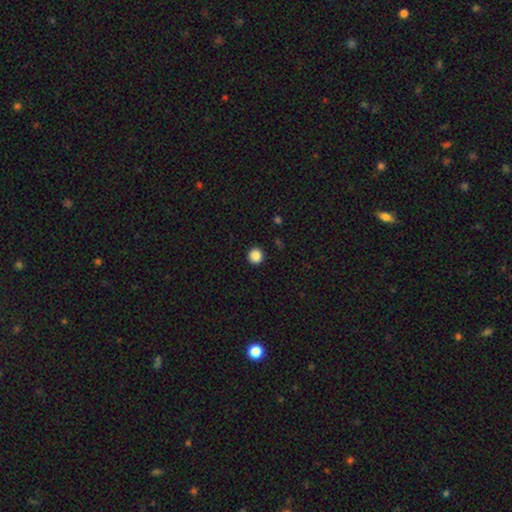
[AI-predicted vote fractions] Smooth or featured? Predicted: smooth (p=0.88). How rounded? Predicted: round (p=0.94). Merging? Predicted: none (p=0.93).